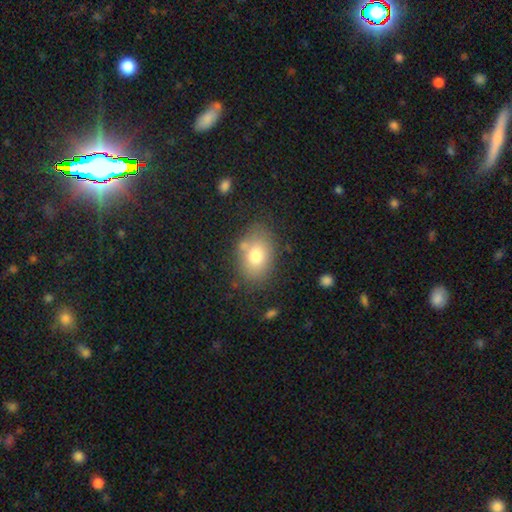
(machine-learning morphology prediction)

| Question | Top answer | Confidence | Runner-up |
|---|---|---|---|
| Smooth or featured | smooth | 75% | featured or disk (15%) |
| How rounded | in between | 77% | round (22%) |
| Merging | none | 73% | minor disturbance (16%) |